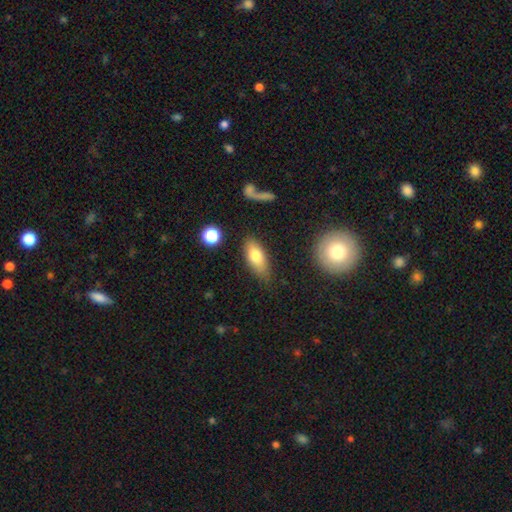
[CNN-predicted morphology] The model was most divided on "smooth or featured": smooth: 75%, featured or disk: 17%, star or artifact: 8%. More confident: how rounded — in between (85%); merging — none (76%).